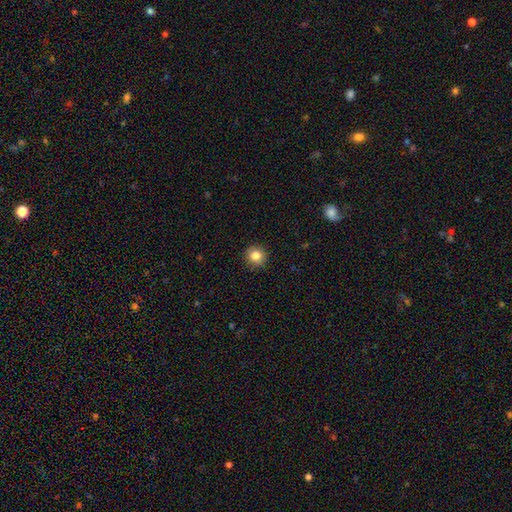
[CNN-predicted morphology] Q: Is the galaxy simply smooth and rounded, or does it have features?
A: smooth — 83%.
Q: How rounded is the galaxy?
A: round — 92%.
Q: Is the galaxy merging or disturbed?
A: none — 90%.